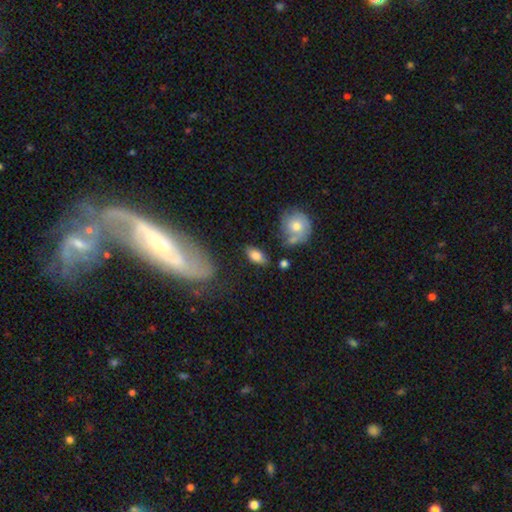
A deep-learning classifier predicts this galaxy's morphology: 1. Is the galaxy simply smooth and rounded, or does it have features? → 79% smooth, 14% featured or disk, 7% star or artifact.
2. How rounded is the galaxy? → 90% in between, 5% cigar-shaped, 5% round.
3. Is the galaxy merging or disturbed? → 75% none, 15% minor disturbance, 6% merger, 5% major disturbance.